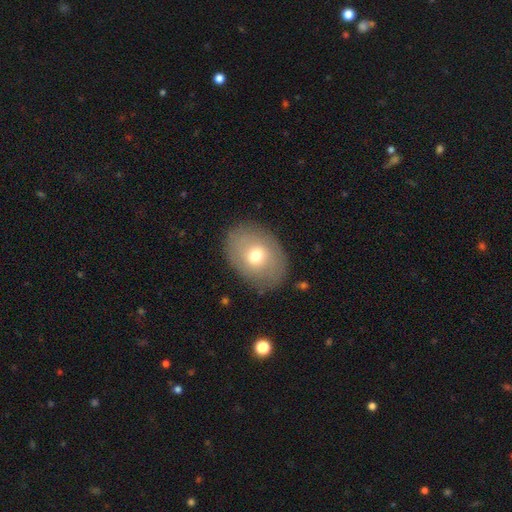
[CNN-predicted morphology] This appears to be a smooth galaxy with no disk features (62%) that is in between round and cigar-shaped (72%). Merging: none (83%).